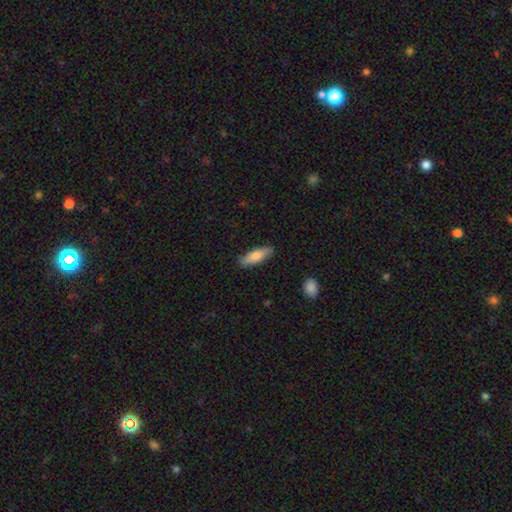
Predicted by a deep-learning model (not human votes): smooth 77%, featured or disk 17%, star or artifact 6%. Down the decision tree: how rounded — in between (54%); merging — none (86%).